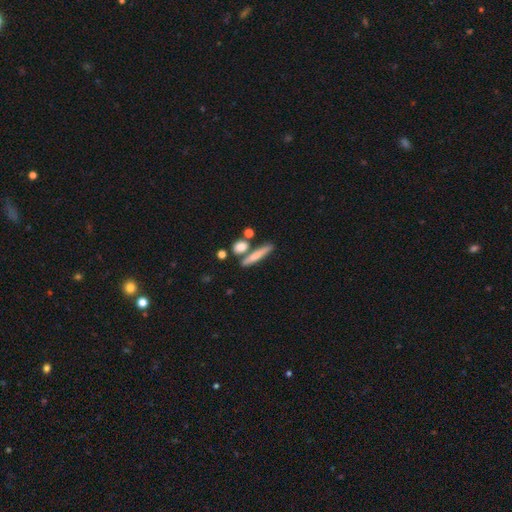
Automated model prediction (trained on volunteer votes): Smooth or featured?
  - smooth: 70% *
  - featured or disk: 22%
  - star or artifact: 7%
How rounded?
  - cigar-shaped: 76% *
  - in between: 15%
  - round: 10%
Merging?
  - none: 70% *
  - merger: 14%
  - minor disturbance: 12%
  - major disturbance: 4%